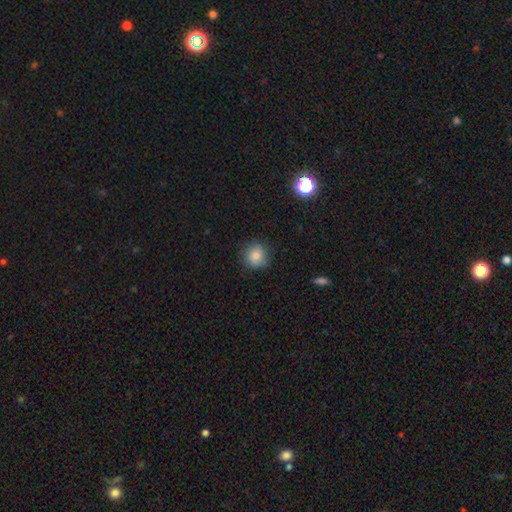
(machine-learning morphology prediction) A smooth galaxy with no disk features (81%) that is round (86%). Merging: none (79%).